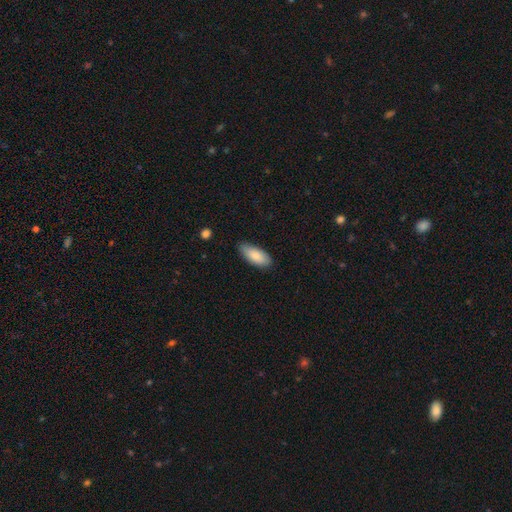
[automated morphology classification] smooth 86%, featured or disk 9%, star or artifact 6%. Down the decision tree: how rounded — in between (87%); merging — none (75%).